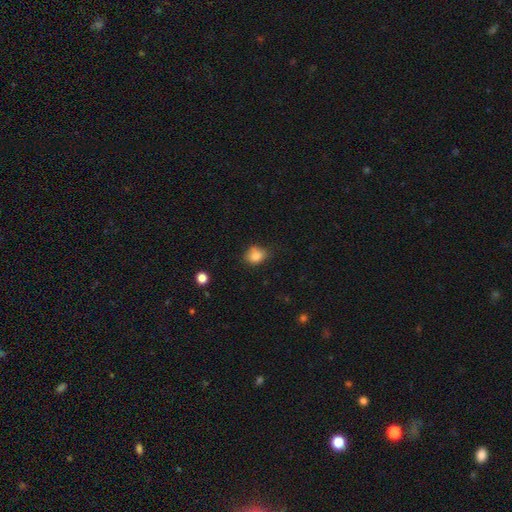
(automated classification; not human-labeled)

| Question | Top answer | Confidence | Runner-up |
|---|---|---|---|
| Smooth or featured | smooth | 84% | star or artifact (10%) |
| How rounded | round | 59% | in between (40%) |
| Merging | none | 64% | minor disturbance (26%) |